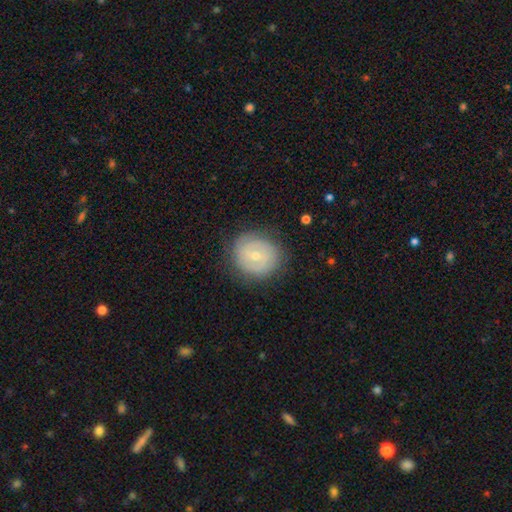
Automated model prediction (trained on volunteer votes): This is likely a featured or disk galaxy (64%). It is clearly not viewed edge-on (97%). Bar: possibly no (56%). Spiral arm pattern: likely yes (75%). Central bulge: likely small (61%). Merging: clearly none (82%).